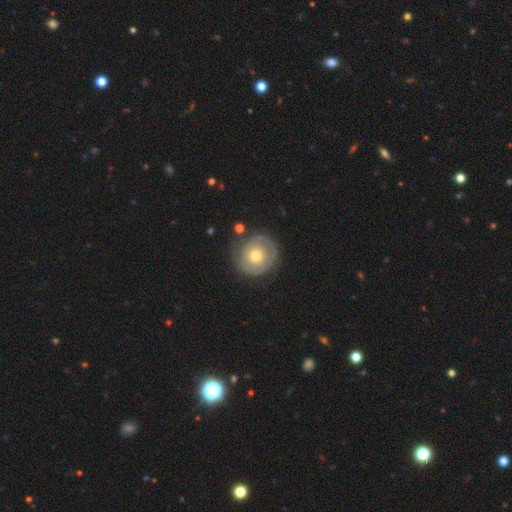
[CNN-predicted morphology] A featured or disk galaxy (60%) with no bar (86%), spiral arms (65%) and a moderate central bulge (66%). Merging: none (72%).